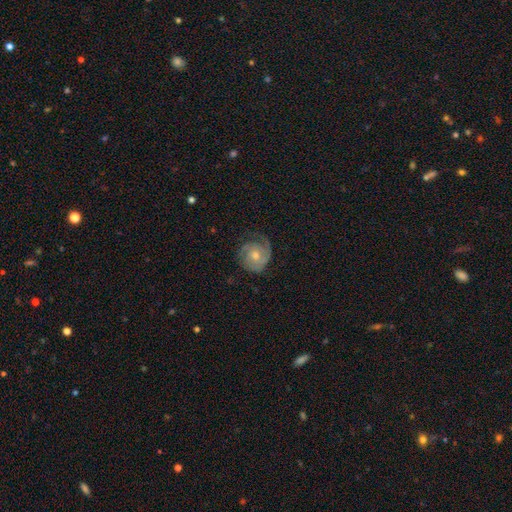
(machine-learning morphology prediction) Smooth or featured? Predicted: featured or disk (p=0.70). Edge-on disk? Predicted: no (p=0.98). Bar? Predicted: no (p=0.76). Spiral arms? Predicted: yes (p=0.91). Spiral winding? Predicted: tight (p=0.55). Spiral arm count? Predicted: 2 (p=0.34). Bulge size? Predicted: moderate (p=0.62). Merging? Predicted: none (p=0.62).